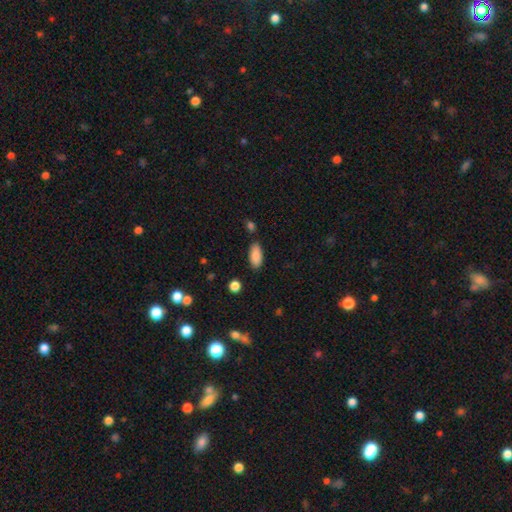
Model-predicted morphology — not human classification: Smooth or featured? Predicted: smooth (p=0.88). How rounded? Predicted: in between (p=0.88). Merging? Predicted: none (p=0.82).